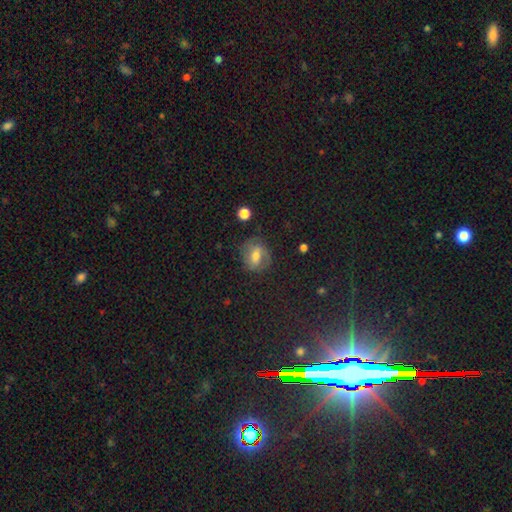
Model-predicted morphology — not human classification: Smooth or featured: smooth — 49% (featured or disk — 35%)
Merging: none — 72% (minor disturbance — 18%)